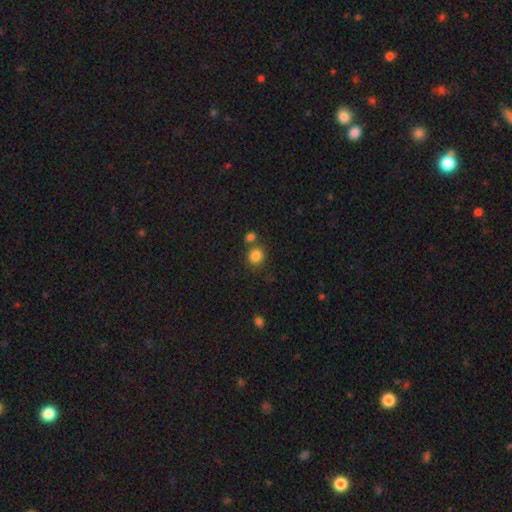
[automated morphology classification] Smooth or featured: smooth — 84% (star or artifact — 11%)
How rounded: round — 82% (in between — 17%)
Merging: none — 68% (merger — 20%)